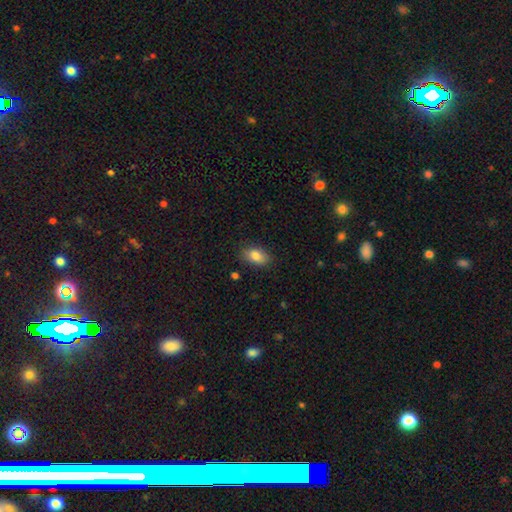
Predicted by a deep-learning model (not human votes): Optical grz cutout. It shows a smooth galaxy with no disk features (84%) that is in between round and cigar-shaped (89%). Merging: none (83%).